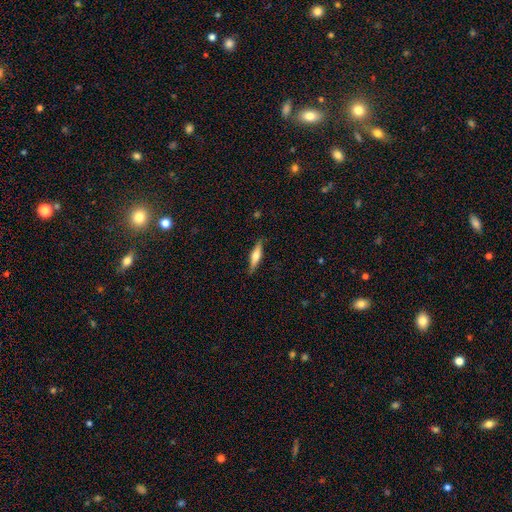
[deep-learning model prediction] Q: Smooth or featured?
A: smooth (48%); runner-up: featured or disk (47%)
Q: Merging?
A: none (86%); runner-up: minor disturbance (11%)